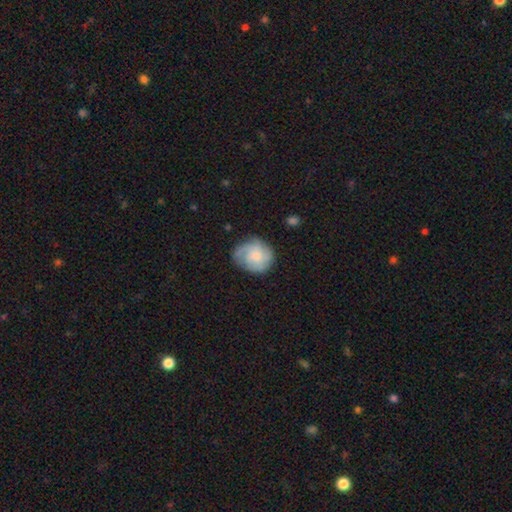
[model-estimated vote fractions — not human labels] A featured or disk galaxy (55%) with no bar (75%), spiral arms (90%) and a small central bulge (42%). Merging: none (68%).